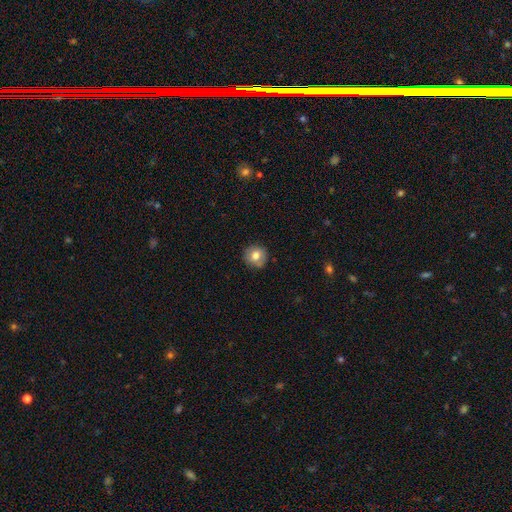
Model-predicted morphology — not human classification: smooth-or-featured: smooth: 75% | featured or disk: 16% | star or artifact: 9%
  how-rounded: round: 92% | in between: 7% | cigar-shaped: 1%
  merging: none: 87% | minor disturbance: 10% | major disturbance: 2% | merger: 1%